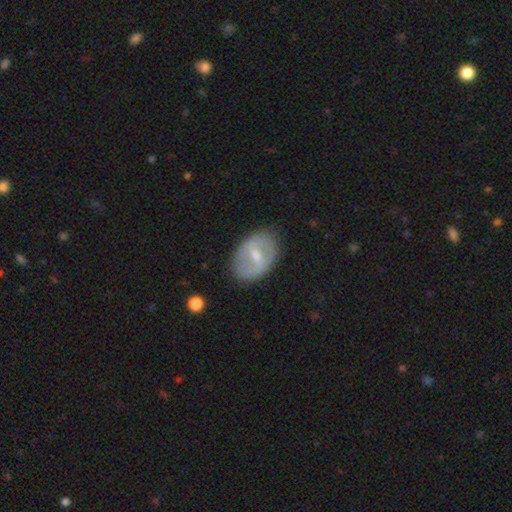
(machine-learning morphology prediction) Smooth or featured? featured or disk (57%)
Edge-on disk? no (94%)
Bar? weak (48%)
Spiral arms? no (63%)
Bulge size? moderate (60%)
Merging? none (80%)